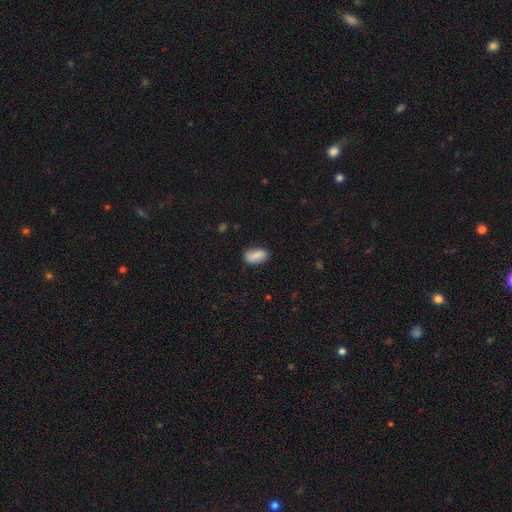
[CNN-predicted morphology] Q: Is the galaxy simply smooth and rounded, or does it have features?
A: smooth — 85%.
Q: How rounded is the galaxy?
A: in between — 91%.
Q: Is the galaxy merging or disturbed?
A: none — 79%.